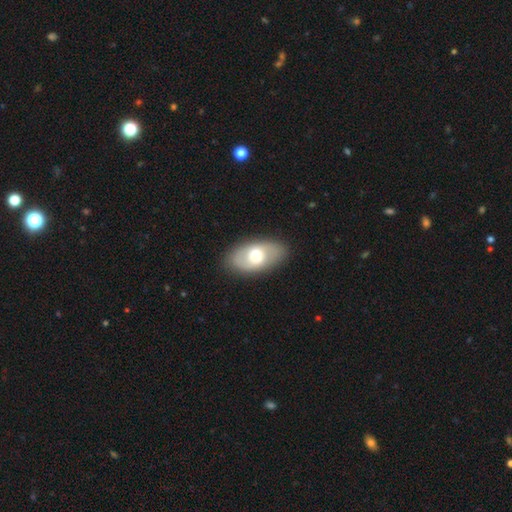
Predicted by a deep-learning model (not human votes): Smooth or featured?
  - smooth: 56% *
  - featured or disk: 38%
  - star or artifact: 6%
How rounded?
  - in between: 91% *
  - round: 6%
  - cigar-shaped: 2%
Merging?
  - none: 85% *
  - minor disturbance: 11%
  - major disturbance: 3%
  - merger: 1%